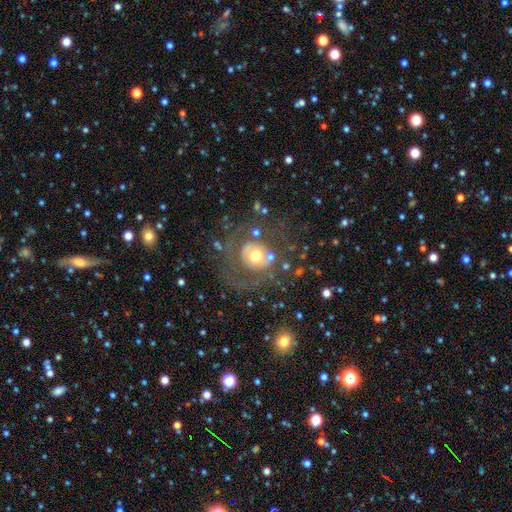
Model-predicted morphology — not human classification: Overall: featured or disk (53%; smooth 36%). Edge-on disk: no (96%). Bar: no (86%). Spiral arms: no (56%; yes 44%). Bulge size: moderate (63%). Merging: none (60%; major disturbance 20%).